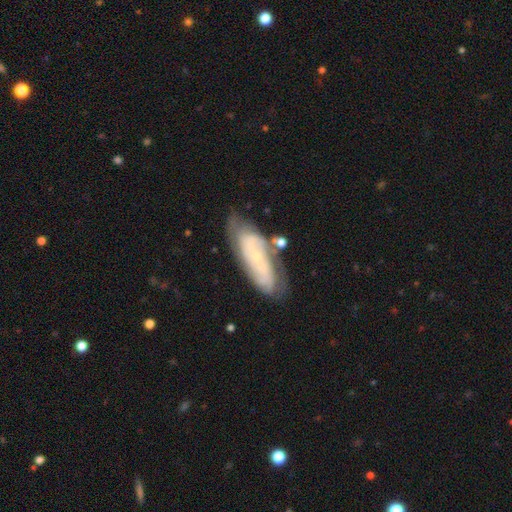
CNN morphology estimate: Q: Smooth or featured?
A: featured or disk (72%); runner-up: smooth (21%)
Q: Edge-on disk?
A: no (87%); runner-up: yes (13%)
Q: Bar?
A: no (64%); runner-up: weak (26%)
Q: Spiral arms?
A: yes (89%); runner-up: no (11%)
Q: Spiral winding?
A: tight (56%); runner-up: medium (32%)
Q: Spiral arm count?
A: 2 (47%); runner-up: can't tell (36%)
Q: Bulge size?
A: small (81%); runner-up: moderate (12%)
Q: Merging?
A: none (66%); runner-up: minor disturbance (21%)